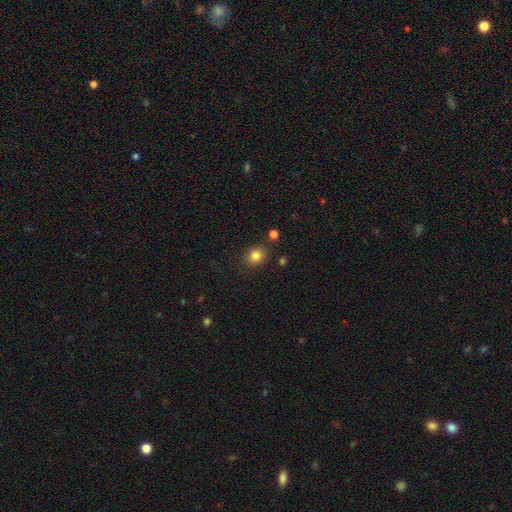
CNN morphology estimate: A smooth galaxy with no disk features (83%) that is round (69%).

Vote fractions:
- Smooth or featured? smooth: 83% / star or artifact: 11% / featured or disk: 5%
- How rounded? round: 69% / in between: 30% / cigar-shaped: 1%
- Merging? none: 85% / minor disturbance: 9% / merger: 3% / major disturbance: 3%